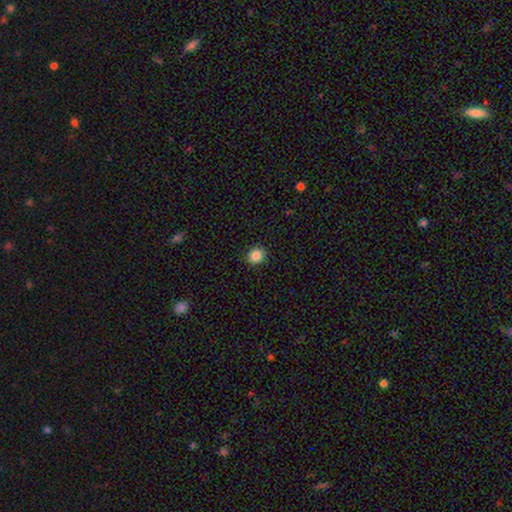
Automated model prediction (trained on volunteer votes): The model was most divided on "how rounded": round: 79%, in between: 20%, cigar-shaped: 1%. More confident: merging — none (90%); smooth or featured — smooth (86%).